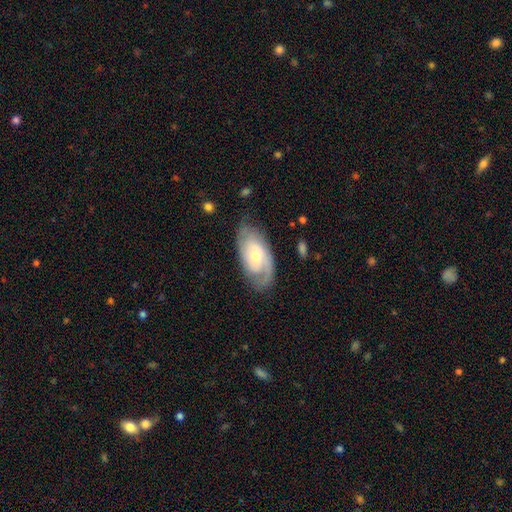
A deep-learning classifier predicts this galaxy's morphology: A featured or disk galaxy (74%) with no bar (65%), 2 (50%) tight (53%) spiral arms (91%) and a moderate central bulge (50%). Merging: none (72%).